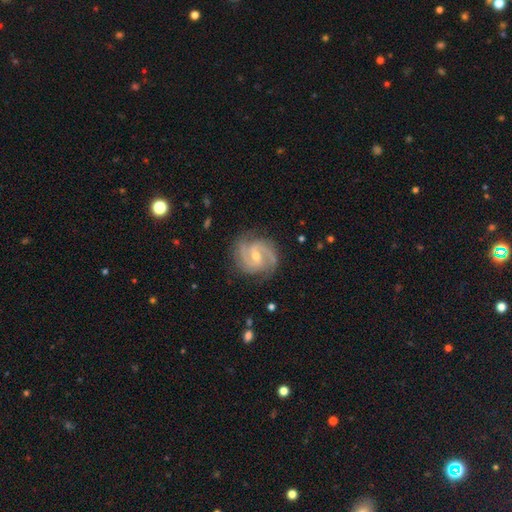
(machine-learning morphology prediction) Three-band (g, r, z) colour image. It shows a featured or disk galaxy (91%) with a weak bar (48%), 2 (65%) medium (49%) spiral arms (98%) and a small central bulge (51%). Merging: none (82%).